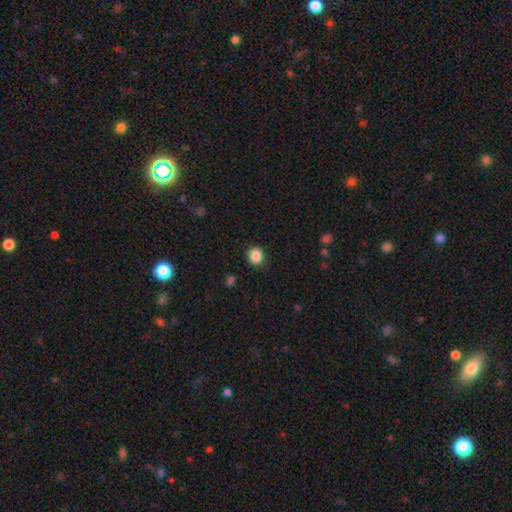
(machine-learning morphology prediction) This appears to be a smooth galaxy with no disk features (87%) that is round (87%). Merging: none (89%).